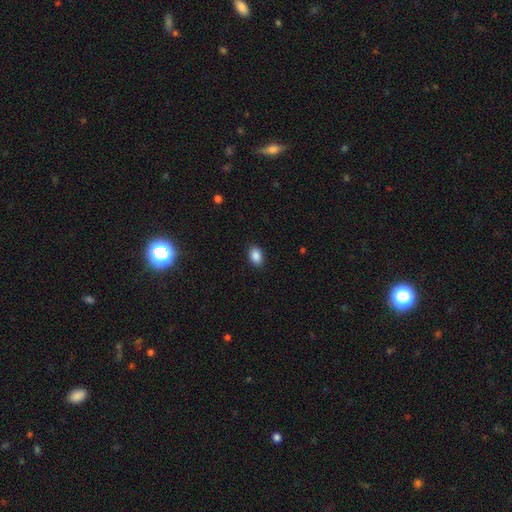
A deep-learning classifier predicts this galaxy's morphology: Overall: smooth (89%). How rounded: in between (84%). Merging: none (89%).